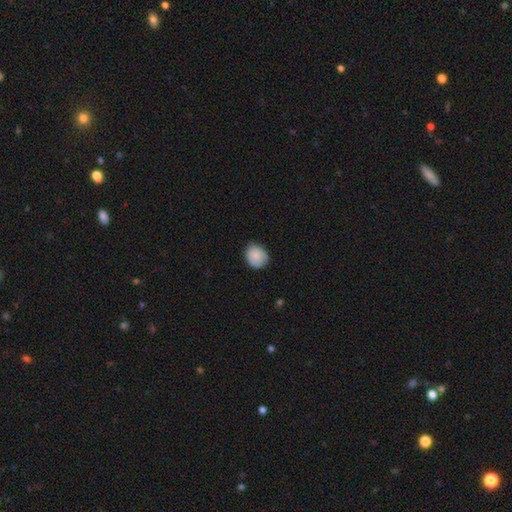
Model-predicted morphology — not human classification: Q: Smooth or featured?
A: smooth (86%); runner-up: featured or disk (7%)
Q: How rounded?
A: round (63%); runner-up: in between (36%)
Q: Merging?
A: none (72%); runner-up: minor disturbance (24%)